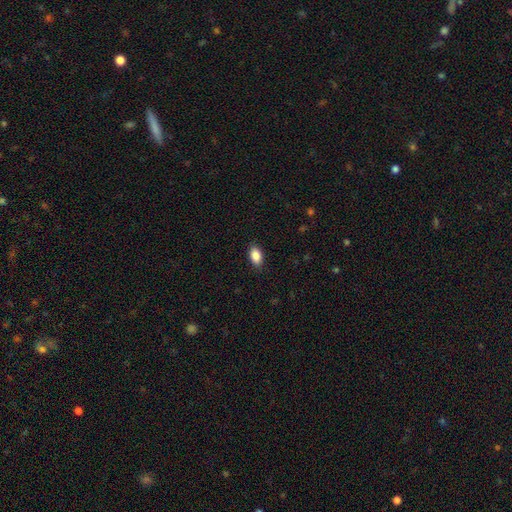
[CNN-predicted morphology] Smooth or featured? smooth (88%)
How rounded? in between (92%)
Merging? none (88%)